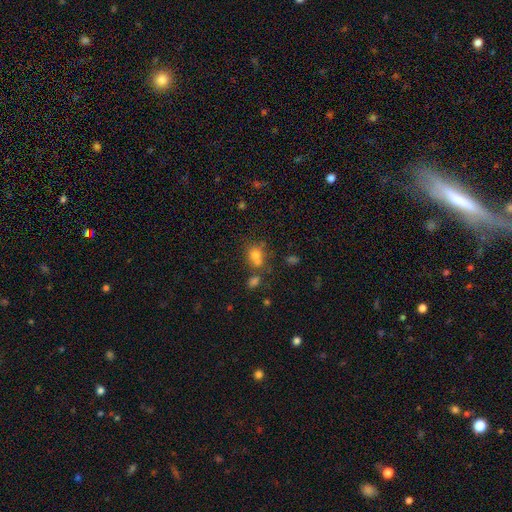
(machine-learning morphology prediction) Smooth or featured? smooth (70%)
How rounded? round (58%)
Merging? none (45%)